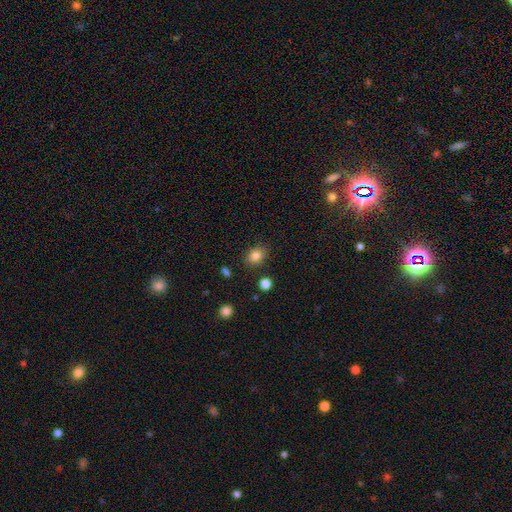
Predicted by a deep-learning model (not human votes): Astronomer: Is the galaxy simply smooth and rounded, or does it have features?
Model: smooth — 83%.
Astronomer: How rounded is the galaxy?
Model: round — 51% (runner-up: in between, 48%).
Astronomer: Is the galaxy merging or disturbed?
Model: none — 84%.